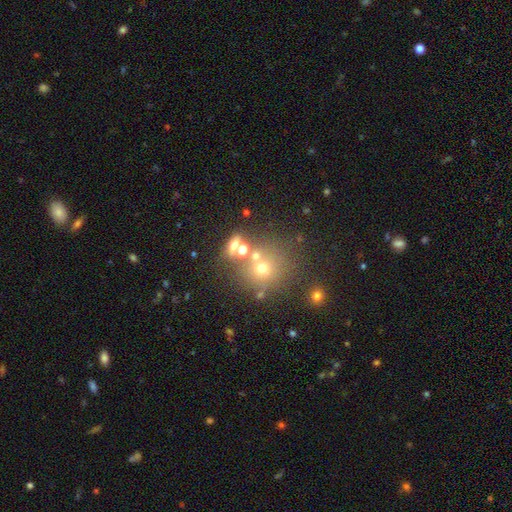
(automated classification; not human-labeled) smooth-or-featured: smooth: 58% | star or artifact: 25% | featured or disk: 17%
  how-rounded: round: 82% | in between: 17% | cigar-shaped: 1%
  merging: none: 56% | merger: 28% | minor disturbance: 10% | major disturbance: 6%